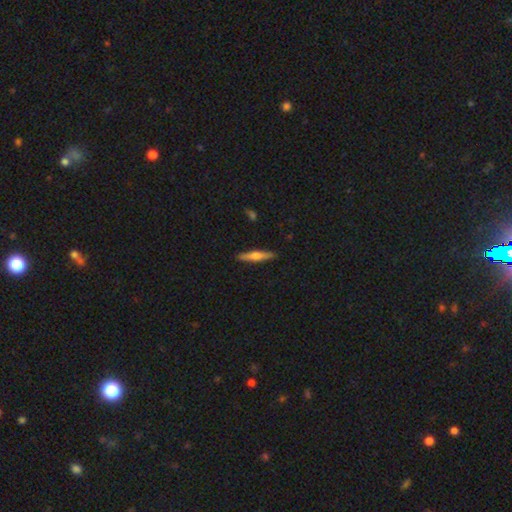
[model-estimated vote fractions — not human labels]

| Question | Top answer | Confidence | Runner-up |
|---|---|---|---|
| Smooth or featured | smooth | 47% | tied: featured or disk (47%) |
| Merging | none | 89% | minor disturbance (8%) |